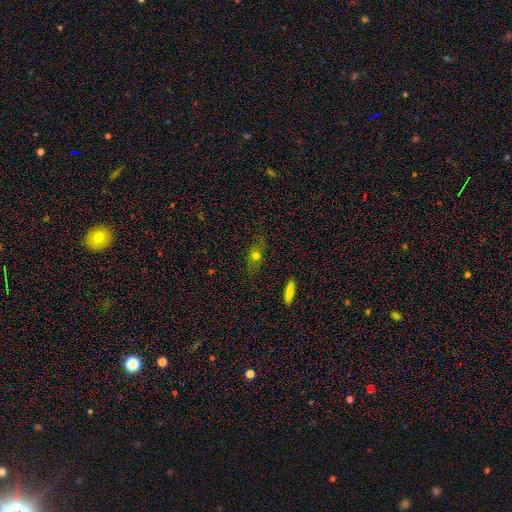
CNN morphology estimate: A smooth galaxy with no disk features (59%) that is in between round and cigar-shaped (58%). Merging: none (79%).